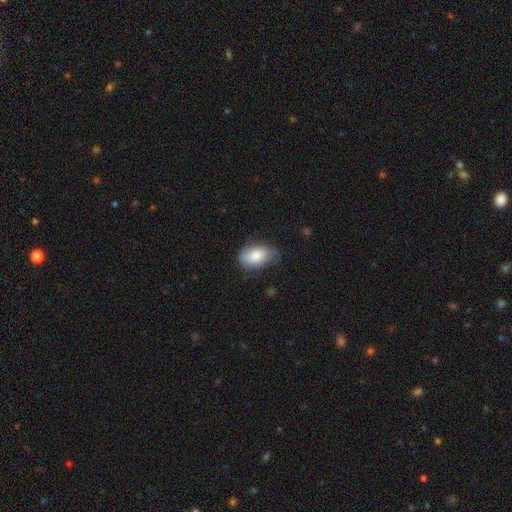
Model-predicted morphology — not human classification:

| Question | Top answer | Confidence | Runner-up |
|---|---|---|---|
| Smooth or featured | smooth | 82% | featured or disk (12%) |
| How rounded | in between | 90% | round (8%) |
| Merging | none | 67% | minor disturbance (27%) |